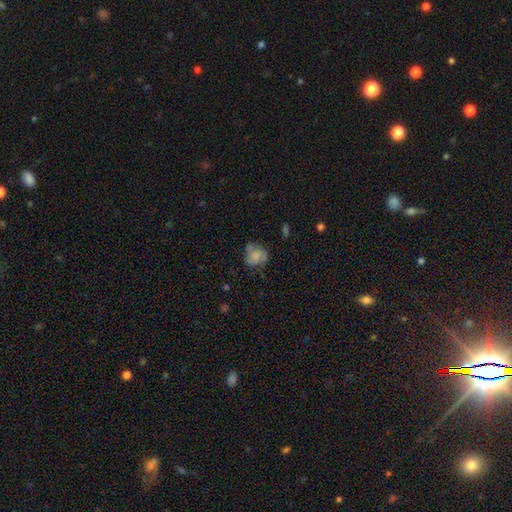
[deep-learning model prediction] A smooth galaxy with no disk features (66%) that is round (67%). Merging: none (55%).